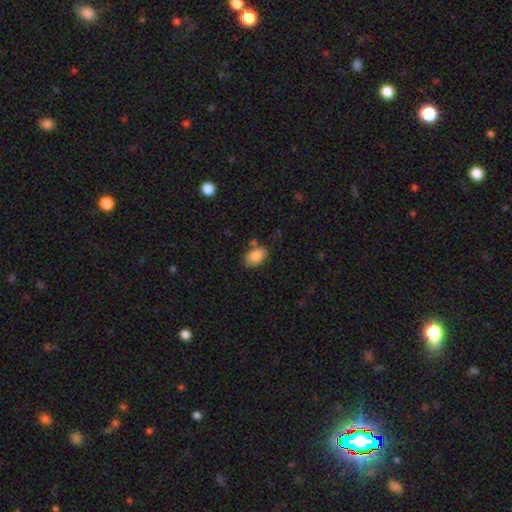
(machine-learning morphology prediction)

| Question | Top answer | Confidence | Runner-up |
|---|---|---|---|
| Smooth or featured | smooth | 87% | star or artifact (7%) |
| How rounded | in between | 88% | round (11%) |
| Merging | none | 71% | minor disturbance (16%) |